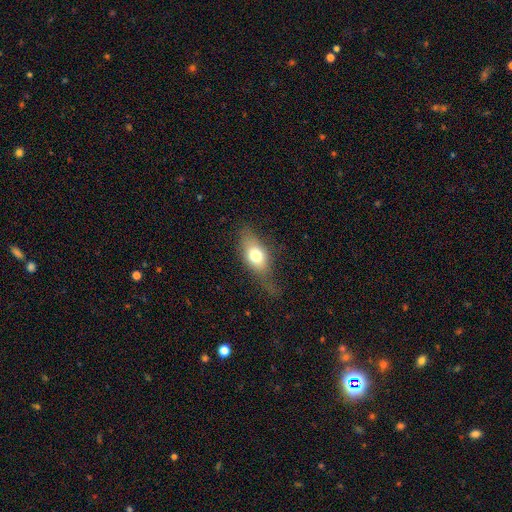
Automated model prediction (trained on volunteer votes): smooth_or_featured: smooth (p=0.69) [alt: featured or disk p=0.23]
how_rounded: in between (p=0.80) [alt: cigar-shaped p=0.11]
merging: none (p=0.49) [alt: minor disturbance p=0.30]